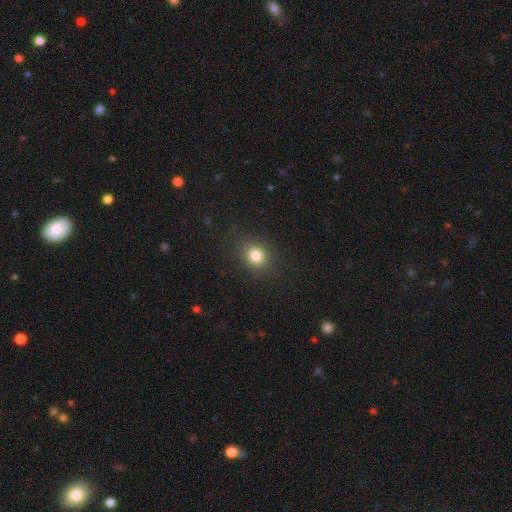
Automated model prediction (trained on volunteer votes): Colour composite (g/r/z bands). It shows a smooth galaxy with no disk features (81%) that is round (73%). Merging: none (87%).